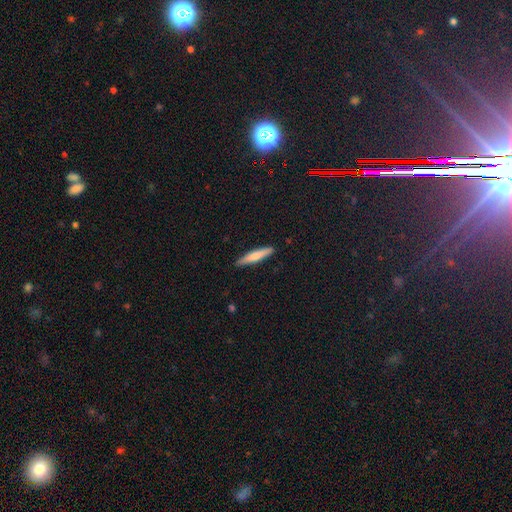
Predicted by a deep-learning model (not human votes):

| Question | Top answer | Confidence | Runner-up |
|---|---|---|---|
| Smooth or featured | smooth | 67% | featured or disk (28%) |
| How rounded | cigar-shaped | 91% | in between (8%) |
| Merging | none | 89% | minor disturbance (8%) |